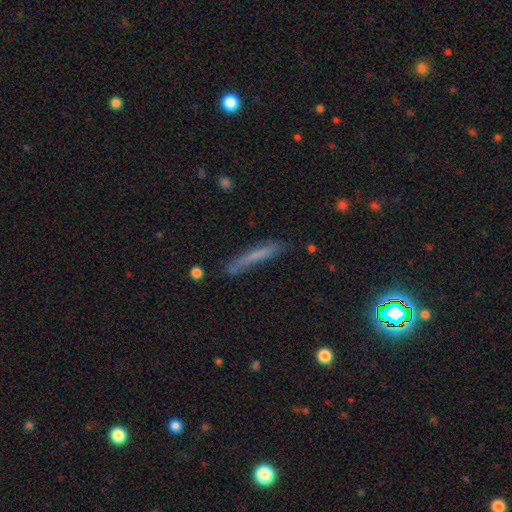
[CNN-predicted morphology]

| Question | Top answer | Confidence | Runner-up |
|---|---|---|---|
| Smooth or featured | smooth | 55% | featured or disk (32%) |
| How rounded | cigar-shaped | 93% | in between (5%) |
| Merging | none | 72% | minor disturbance (19%) |